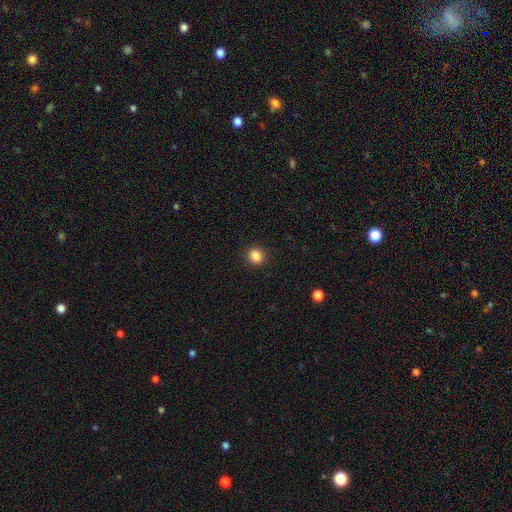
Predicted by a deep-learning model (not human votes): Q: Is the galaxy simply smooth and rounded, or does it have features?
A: smooth — 86%.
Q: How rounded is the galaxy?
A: round — 78%.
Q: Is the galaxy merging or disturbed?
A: none — 91%.